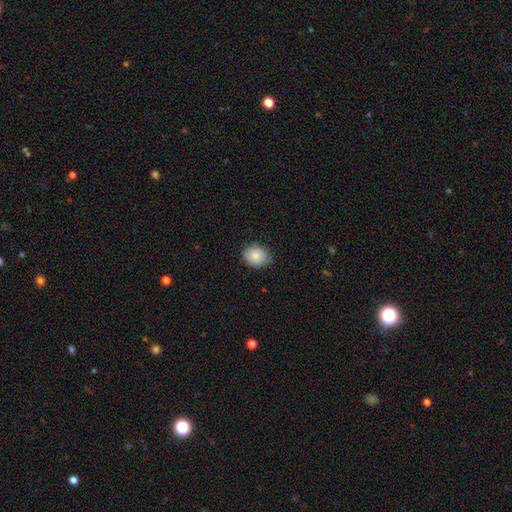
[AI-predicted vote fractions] Morphology: type=smooth (86%); roundness=in between (53%); merging=none (80%).